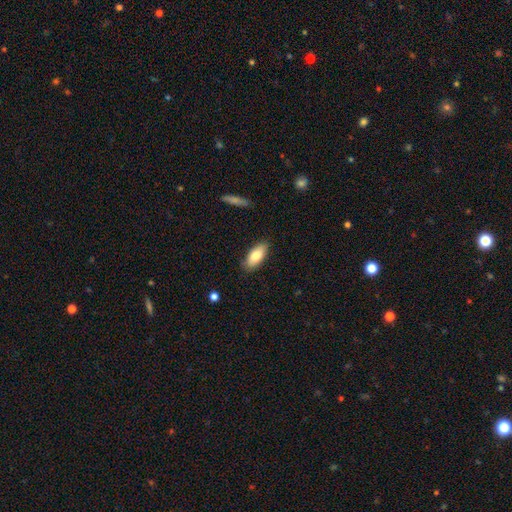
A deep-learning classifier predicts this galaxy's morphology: Overall: smooth (82%). How rounded: in between (86%). Merging: none (83%).